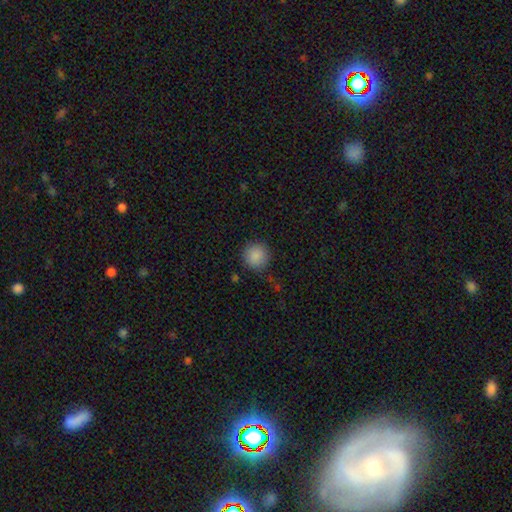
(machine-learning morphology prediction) type=smooth (88%); roundness=round (94%); merging=none (86%).